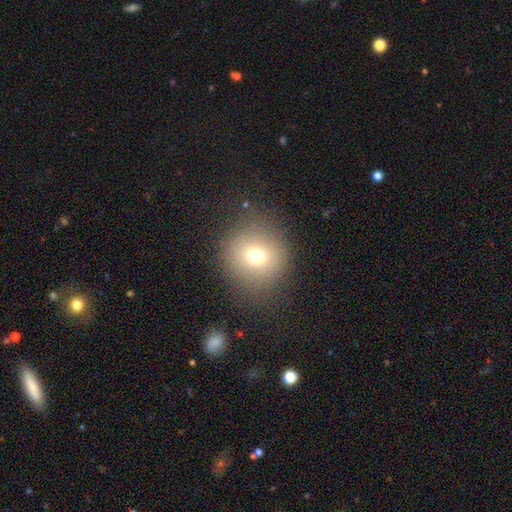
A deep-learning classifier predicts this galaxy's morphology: A smooth galaxy with no disk features (71%) that is round (90%). Merging: none (84%).